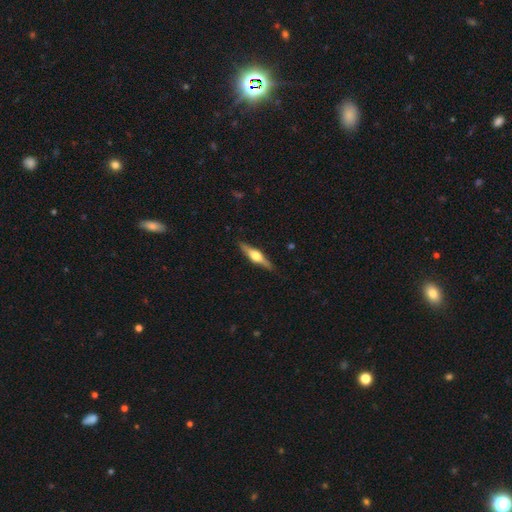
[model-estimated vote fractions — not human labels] Smooth or featured? featured or disk (68%)
Edge-on disk? yes (97%)
Edge-on bulge? rounded (92%)
Merging? none (88%)